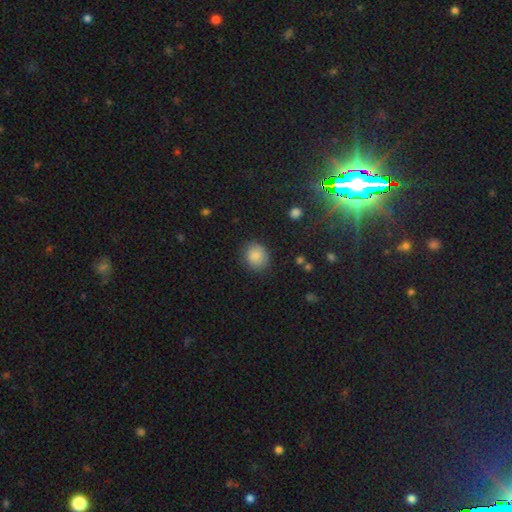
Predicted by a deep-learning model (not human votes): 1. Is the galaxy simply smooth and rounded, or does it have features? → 86% smooth, 9% star or artifact, 5% featured or disk.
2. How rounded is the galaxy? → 73% round, 26% in between, 1% cigar-shaped.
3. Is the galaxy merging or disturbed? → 83% none, 12% minor disturbance, 3% major disturbance, 1% merger.